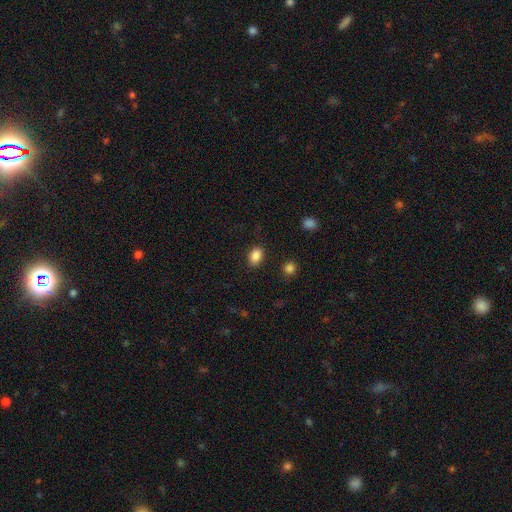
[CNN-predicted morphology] A smooth galaxy with no disk features (87%) that is in between round and cigar-shaped (77%).

Vote fractions:
- Smooth or featured? smooth: 87% / star or artifact: 9% / featured or disk: 4%
- How rounded? in between: 77% / round: 22% / cigar-shaped: 1%
- Merging? none: 86% / minor disturbance: 10% / major disturbance: 3% / merger: 2%